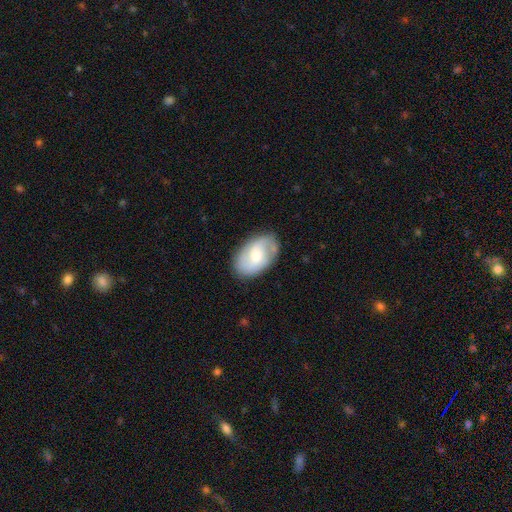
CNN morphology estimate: A featured or disk galaxy (59%) with a weak bar (46%), spiral arms (83%) and a moderate central bulge (53%).

Vote fractions:
- Smooth or featured? featured or disk: 59% / smooth: 35% / star or artifact: 6%
- Edge-on disk? no: 95% / yes: 5%
- Bar? weak: 46% / no: 45% / strong: 10%
- Spiral arms? yes: 83% / no: 17%
- Bulge size? moderate: 53% / small: 39% / large: 5% / none: 2% / dominant: 1%
- Merging? none: 80% / minor disturbance: 15% / major disturbance: 4% / merger: 1%